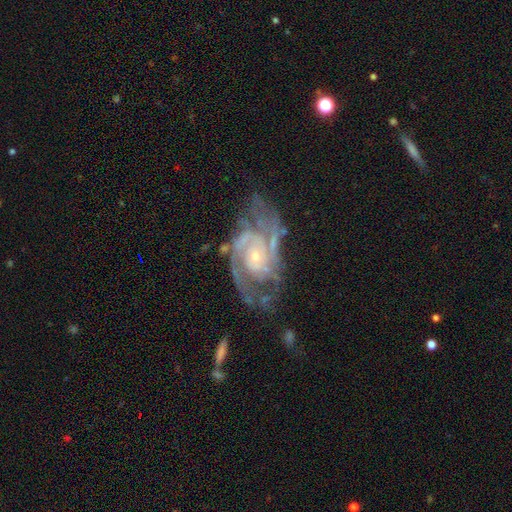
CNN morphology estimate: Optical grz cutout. It shows a featured or disk galaxy (91%) with no bar (68%), 2 (56%) tight (53%) spiral arms (97%) and a small central bulge (73%). Merging: none (60%).